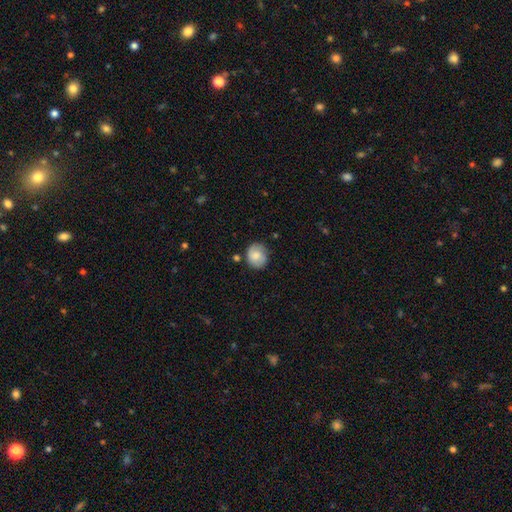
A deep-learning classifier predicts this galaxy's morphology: smooth 71%, featured or disk 21%, star or artifact 8%. Down the decision tree: how rounded — round (77%); merging — none (75%).